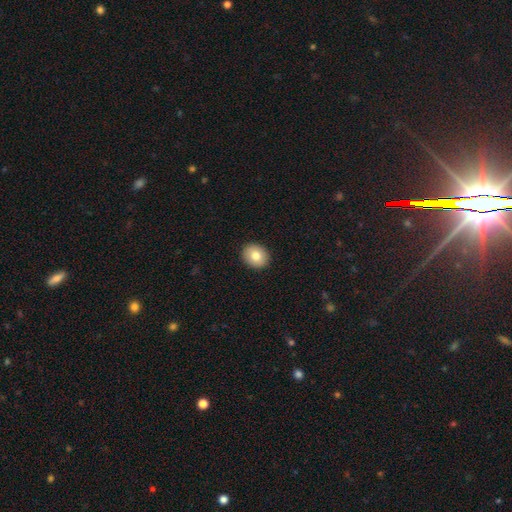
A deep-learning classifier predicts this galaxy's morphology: Smooth or featured: smooth — 80% (featured or disk — 11%)
How rounded: round — 66% (in between — 33%)
Merging: none — 92% (minor disturbance — 6%)